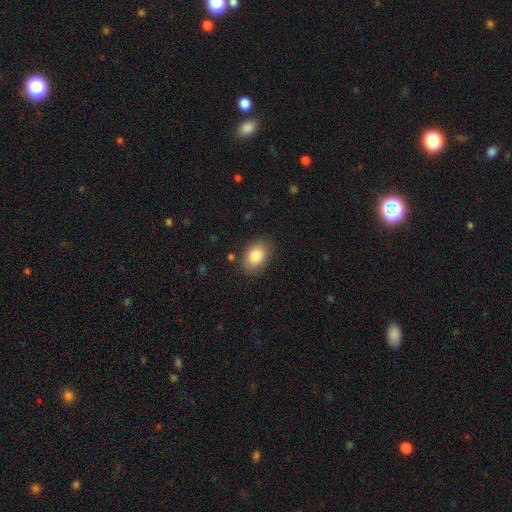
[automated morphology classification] A smooth galaxy with no disk features (85%) that is in between round and cigar-shaped (80%).

Vote fractions:
- Smooth or featured? smooth: 85% / featured or disk: 8% / star or artifact: 8%
- How rounded? in between: 80% / round: 19% / cigar-shaped: 1%
- Merging? none: 84% / minor disturbance: 12% / major disturbance: 3% / merger: 2%